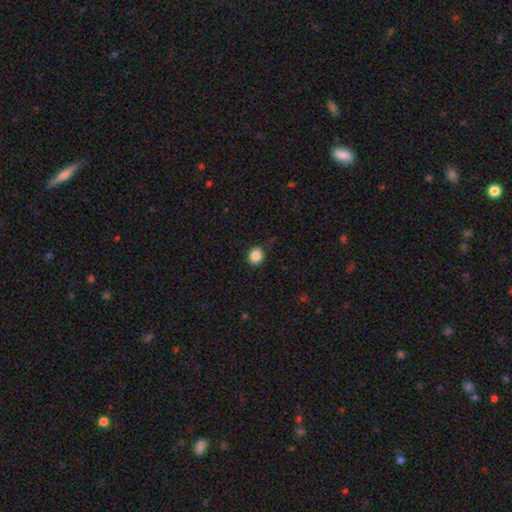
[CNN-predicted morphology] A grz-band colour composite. It shows a smooth galaxy with no disk features (88%) that is round (54%). Merging: none (88%).